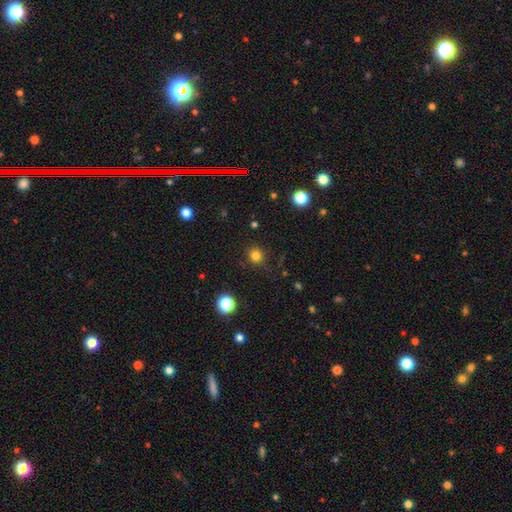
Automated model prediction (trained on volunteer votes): Q: Smooth or featured?
A: smooth (80%); runner-up: star or artifact (15%)
Q: How rounded?
A: round (91%); runner-up: in between (9%)
Q: Merging?
A: none (86%); runner-up: minor disturbance (9%)